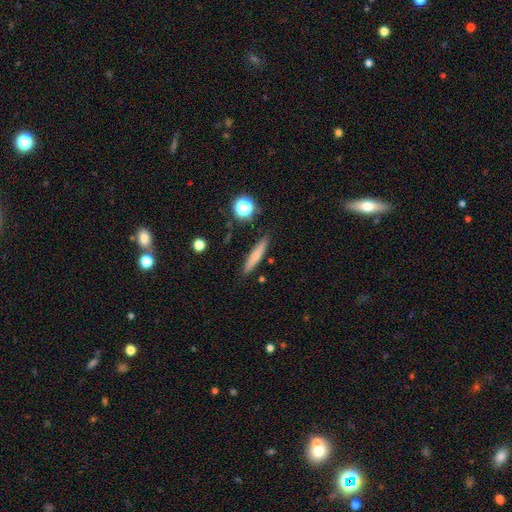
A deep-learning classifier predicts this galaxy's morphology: The model was most divided on "smooth or featured": smooth: 70%, featured or disk: 22%, star or artifact: 8%. More confident: how rounded — cigar-shaped (89%); merging — none (87%).